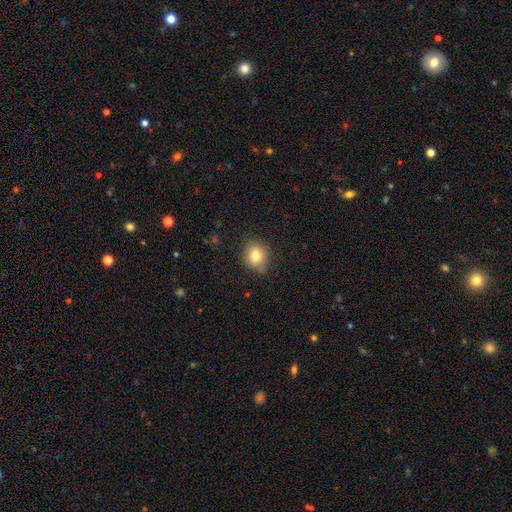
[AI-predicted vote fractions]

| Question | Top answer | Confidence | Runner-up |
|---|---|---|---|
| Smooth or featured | smooth | 81% | star or artifact (10%) |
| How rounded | round | 58% | in between (41%) |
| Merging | none | 80% | minor disturbance (15%) |